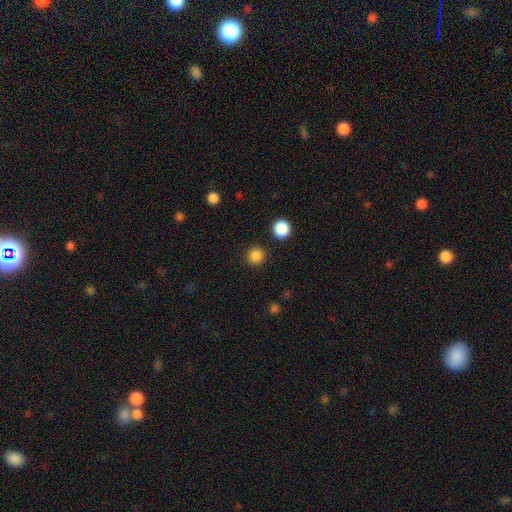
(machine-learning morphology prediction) Smooth or featured?
  - smooth: 85% *
  - star or artifact: 12%
  - featured or disk: 3%
How rounded?
  - round: 95% *
  - in between: 4%
  - cigar-shaped: 1%
Merging?
  - none: 91% *
  - minor disturbance: 5%
  - major disturbance: 2%
  - merger: 2%